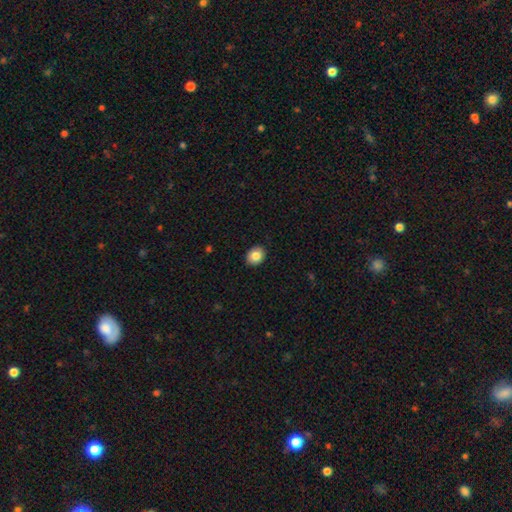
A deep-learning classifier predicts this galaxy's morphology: This is clearly a smooth galaxy (85%). How rounded: possibly round (52%). Merging: clearly none (89%).